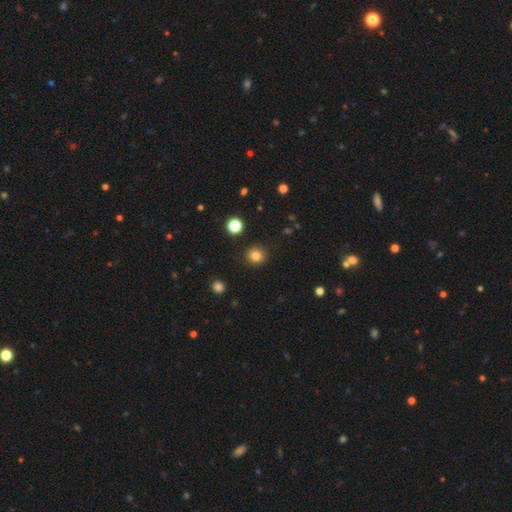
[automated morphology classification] This appears to be a smooth galaxy with no disk features (83%) that is round (88%). Merging: none (90%).